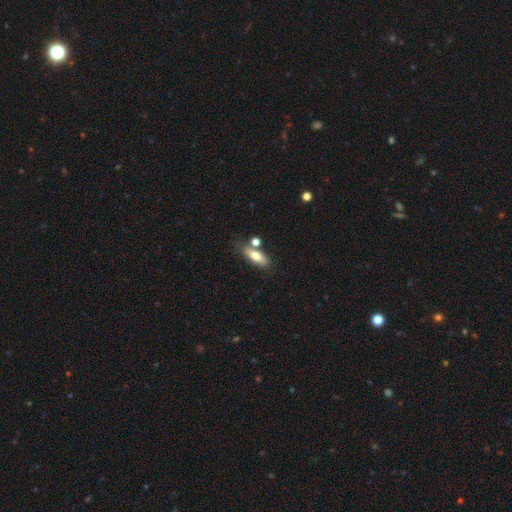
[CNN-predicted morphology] This is likely a smooth galaxy (70%). How rounded: likely in between (65%). Merging: likely none (66%).